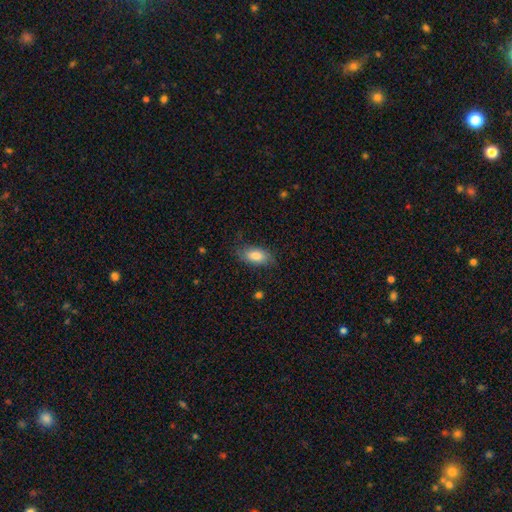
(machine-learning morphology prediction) A smooth galaxy with no disk features (79%) that is in between round and cigar-shaped (90%).

Vote fractions:
- Smooth or featured? smooth: 79% / featured or disk: 14% / star or artifact: 7%
- How rounded? in between: 90% / cigar-shaped: 6% / round: 4%
- Merging? none: 71% / minor disturbance: 22% / major disturbance: 6% / merger: 1%